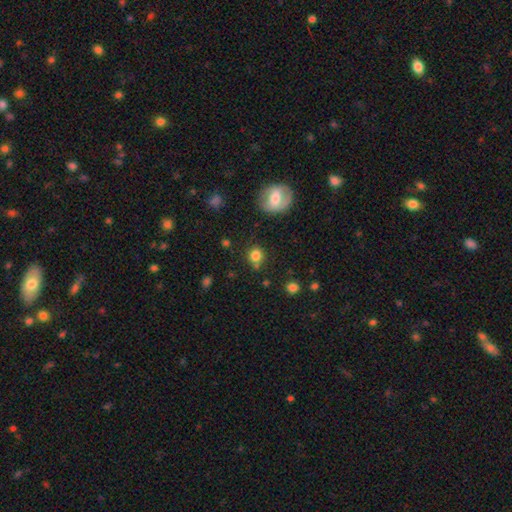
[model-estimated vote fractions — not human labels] Morphology: type=smooth (82%); roundness=round (76%); merging=none (72%).